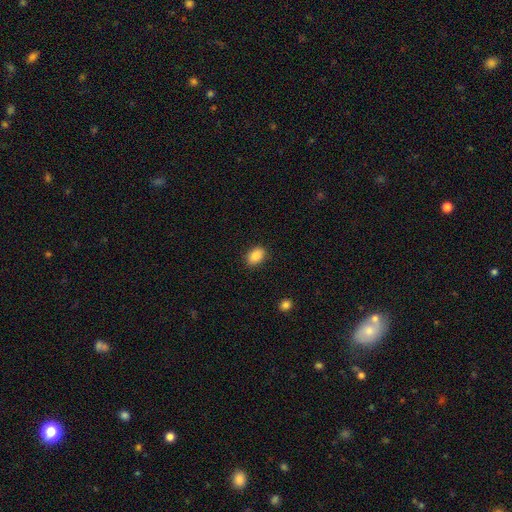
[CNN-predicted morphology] type=smooth (88%); roundness=in between (82%); merging=none (88%).